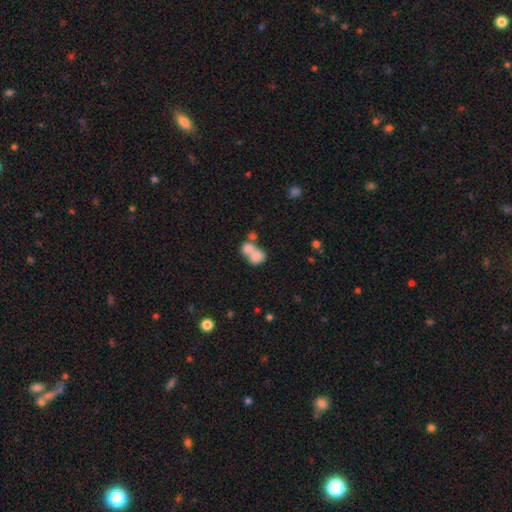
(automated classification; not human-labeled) Overall: smooth (75%). How rounded: round (53%; in between 45%). Merging: merger (72%).